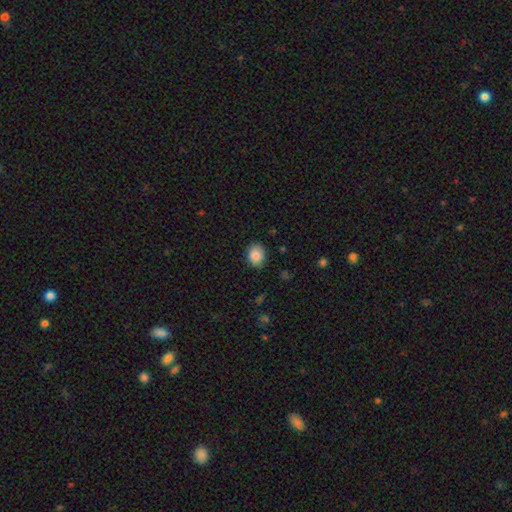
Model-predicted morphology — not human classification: Smooth or featured? smooth (84%)
How rounded? round (51%)
Merging? none (84%)